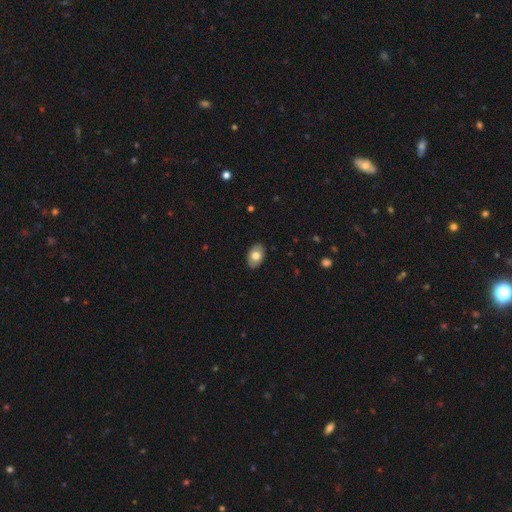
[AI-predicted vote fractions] Smooth or featured? smooth (75%)
How rounded? in between (86%)
Merging? none (87%)